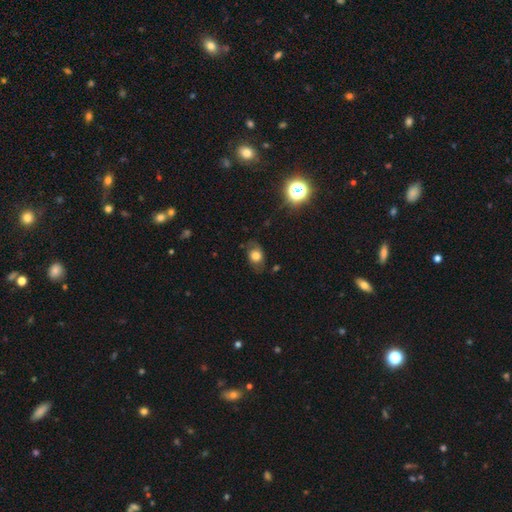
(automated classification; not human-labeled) smooth_or_featured: smooth (p=0.70) [alt: featured or disk p=0.18]
how_rounded: in between (p=0.65) [alt: round p=0.34]
merging: none (p=0.68) [alt: minor disturbance p=0.22]